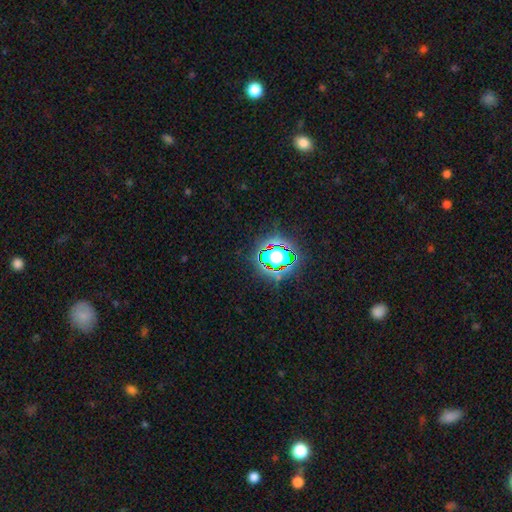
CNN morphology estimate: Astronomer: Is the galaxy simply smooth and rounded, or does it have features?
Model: star or artifact — 77%.